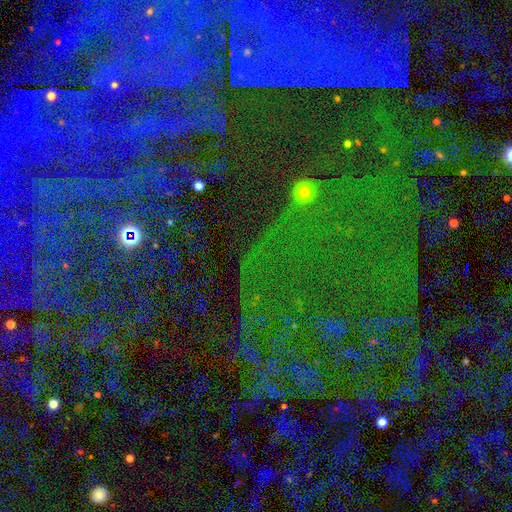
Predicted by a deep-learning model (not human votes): Smooth or featured? Predicted: star or artifact (p=0.81).